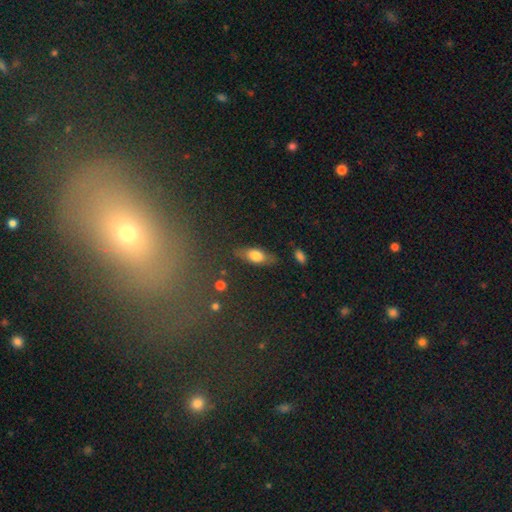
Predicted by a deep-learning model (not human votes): Smooth or featured? Predicted: smooth (p=0.73). How rounded? Predicted: in between (p=0.79). Merging? Predicted: none (p=0.78).